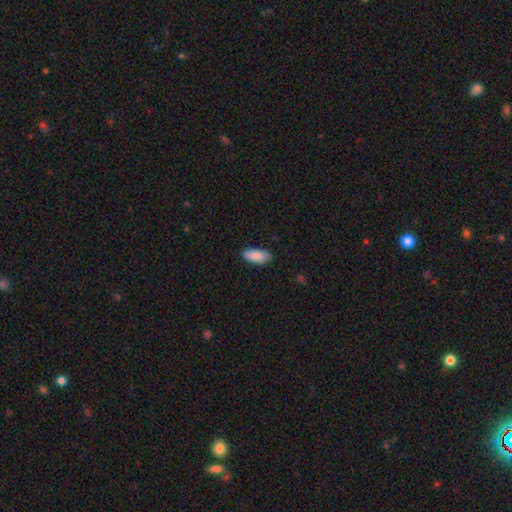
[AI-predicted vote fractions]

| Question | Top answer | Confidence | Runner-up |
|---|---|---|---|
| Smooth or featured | smooth | 88% | featured or disk (6%) |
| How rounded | in between | 86% | cigar-shaped (12%) |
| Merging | none | 86% | minor disturbance (11%) |